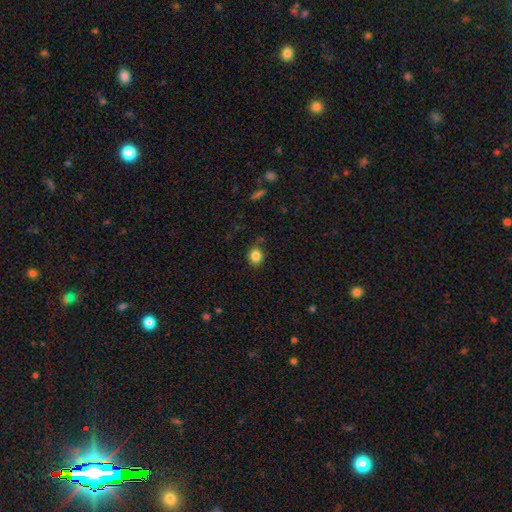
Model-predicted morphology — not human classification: Smooth or featured? smooth (84%)
How rounded? round (73%)
Merging? none (80%)